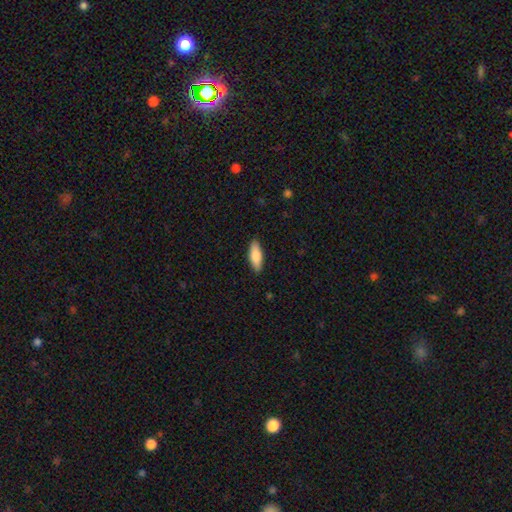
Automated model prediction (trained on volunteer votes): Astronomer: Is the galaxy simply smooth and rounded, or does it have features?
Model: smooth — 79%.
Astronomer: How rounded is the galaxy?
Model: in between — 62%.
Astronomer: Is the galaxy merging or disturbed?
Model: none — 88%.